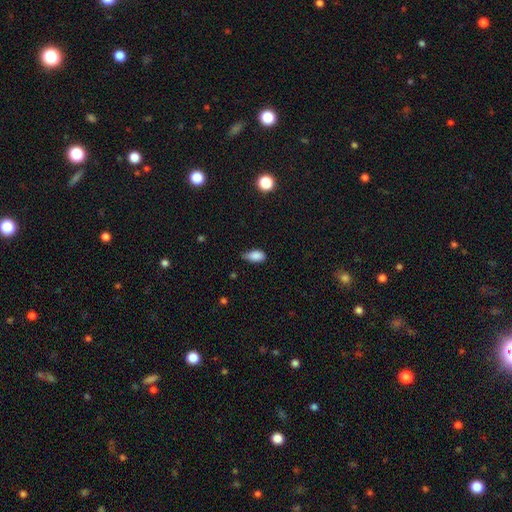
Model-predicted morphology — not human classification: A smooth galaxy with no disk features (86%) that is in between round and cigar-shaped (90%).

Vote fractions:
- Smooth or featured? smooth: 86% / star or artifact: 8% / featured or disk: 6%
- How rounded? in between: 90% / round: 6% / cigar-shaped: 4%
- Merging? none: 52% / minor disturbance: 40% / major disturbance: 6% / merger: 2%